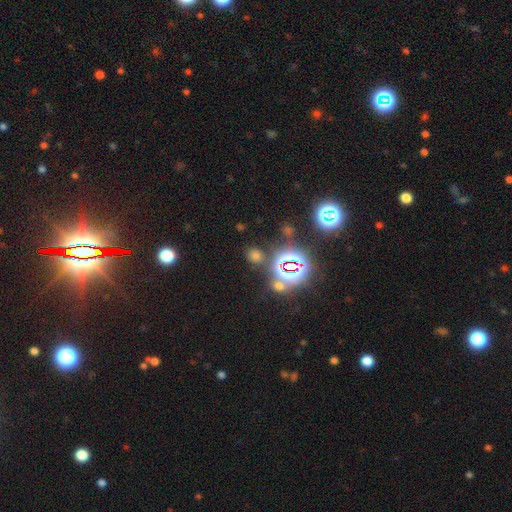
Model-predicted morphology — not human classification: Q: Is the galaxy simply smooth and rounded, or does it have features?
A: smooth — 49%.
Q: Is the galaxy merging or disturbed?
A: none — 79%.